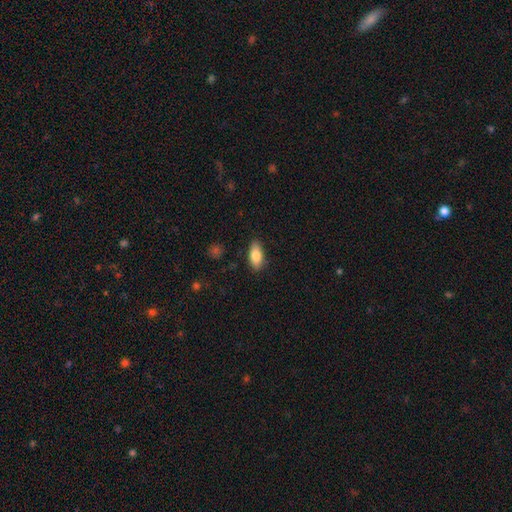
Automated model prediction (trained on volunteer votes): smooth_or_featured: smooth (p=0.82) [alt: featured or disk p=0.11]
how_rounded: in between (p=0.86) [alt: cigar-shaped p=0.11]
merging: none (p=0.86) [alt: minor disturbance p=0.11]